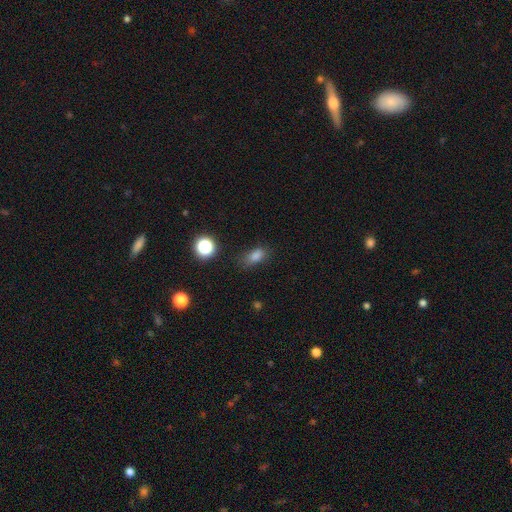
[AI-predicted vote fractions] smooth 80%, star or artifact 14%, featured or disk 6%. Down the decision tree: how rounded — in between (80%); merging — none (70%).